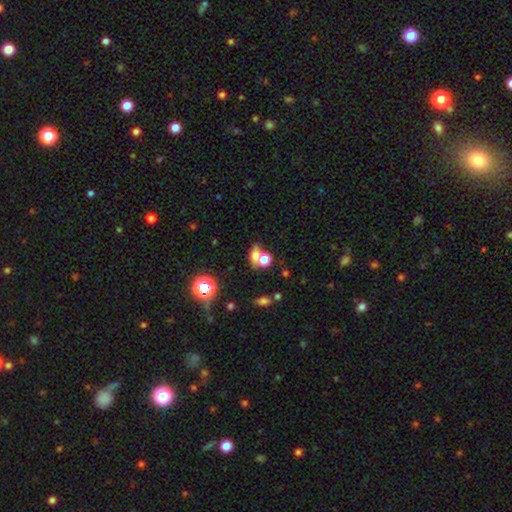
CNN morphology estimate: Q: Smooth or featured?
A: smooth (66%); runner-up: star or artifact (19%)
Q: How rounded?
A: in between (53%); runner-up: round (43%)
Q: Merging?
A: merger (47%); runner-up: none (37%)